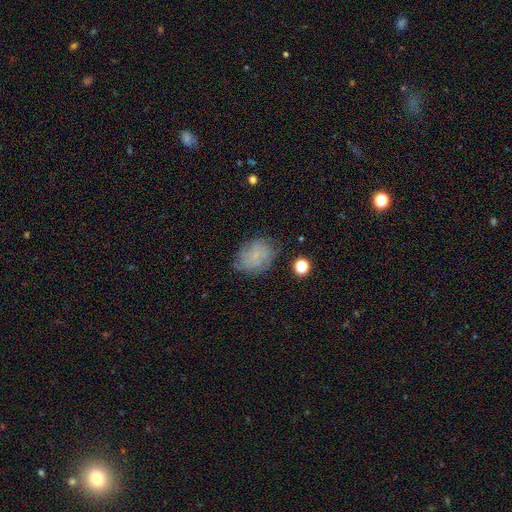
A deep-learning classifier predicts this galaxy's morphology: A smooth galaxy with no disk features (50%) that is in between round and cigar-shaped (61%). Merging: none (70%).